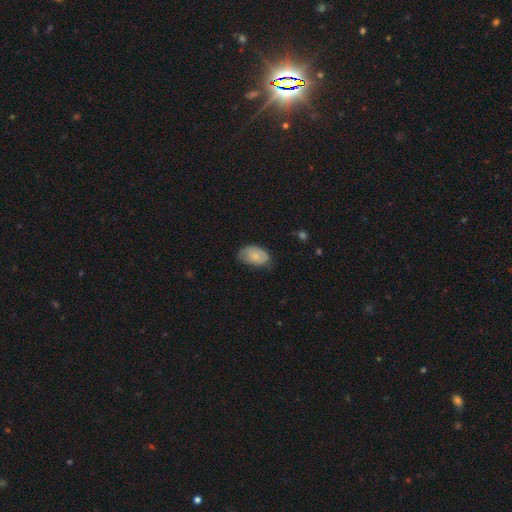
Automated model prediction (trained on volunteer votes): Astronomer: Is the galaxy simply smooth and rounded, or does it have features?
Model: smooth — 71%.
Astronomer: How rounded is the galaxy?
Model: in between — 90%.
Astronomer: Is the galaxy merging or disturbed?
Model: none — 59%.